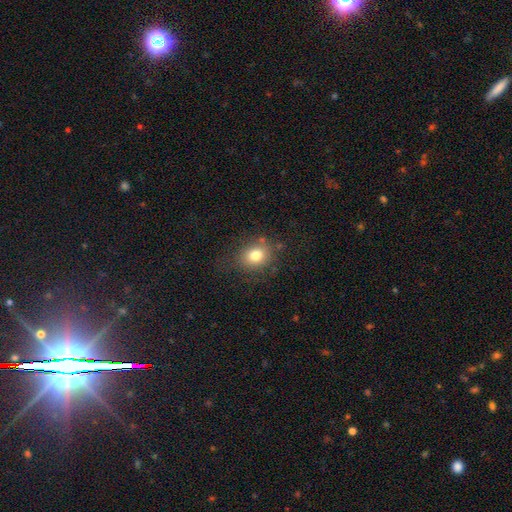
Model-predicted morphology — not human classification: A smooth galaxy with no disk features (78%) that is round (57%). Merging: none (78%).